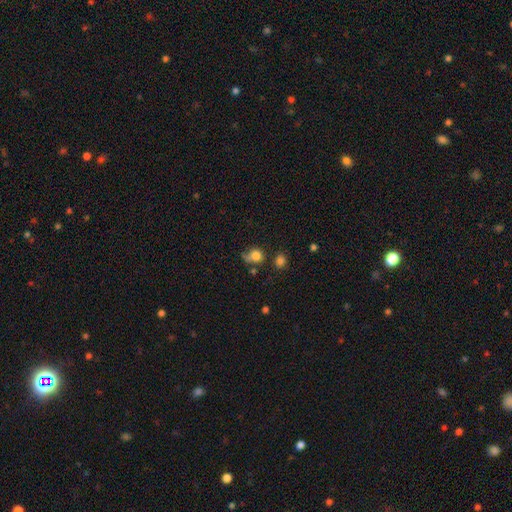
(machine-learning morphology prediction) A smooth galaxy with no disk features (78%) that is round (76%).

Vote fractions:
- Smooth or featured? smooth: 78% / star or artifact: 12% / featured or disk: 10%
- How rounded? round: 76% / in between: 22% / cigar-shaped: 1%
- Merging? none: 45% / minor disturbance: 24% / major disturbance: 17% / merger: 14%